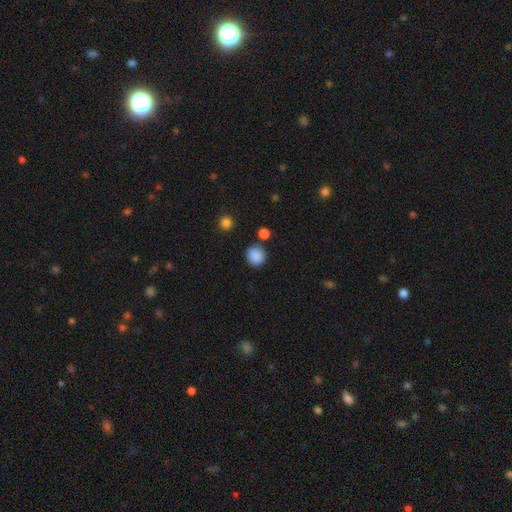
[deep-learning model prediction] This is clearly a smooth galaxy (87%). How rounded: clearly round (91%). Merging: clearly none (81%).